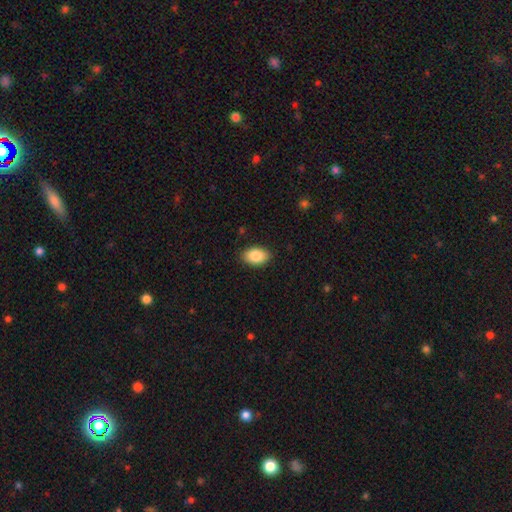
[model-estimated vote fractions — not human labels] This is clearly a smooth galaxy (86%). How rounded: clearly in between (91%). Merging: clearly none (88%).